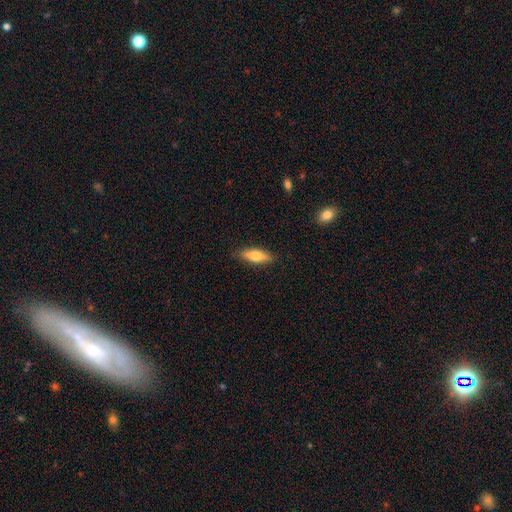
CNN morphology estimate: Smooth or featured?
  - smooth: 66% *
  - featured or disk: 28%
  - star or artifact: 6%
How rounded?
  - cigar-shaped: 49% *
  - in between: 48%
  - round: 2%
Merging?
  - none: 85% *
  - minor disturbance: 11%
  - major disturbance: 2%
  - merger: 1%